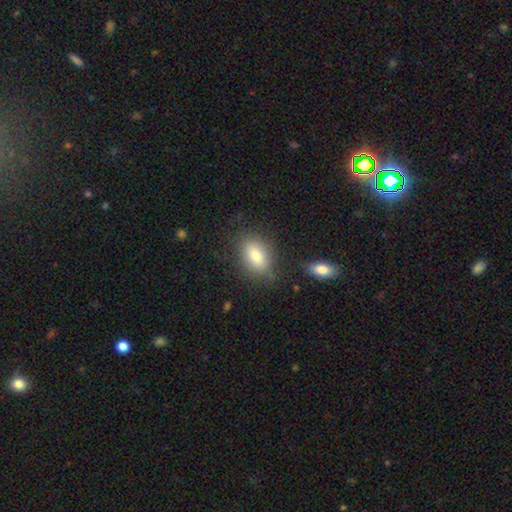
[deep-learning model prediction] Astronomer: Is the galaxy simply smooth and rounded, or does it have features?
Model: smooth — 82%.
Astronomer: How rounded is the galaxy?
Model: in between — 87%.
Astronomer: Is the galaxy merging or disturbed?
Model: none — 77%.